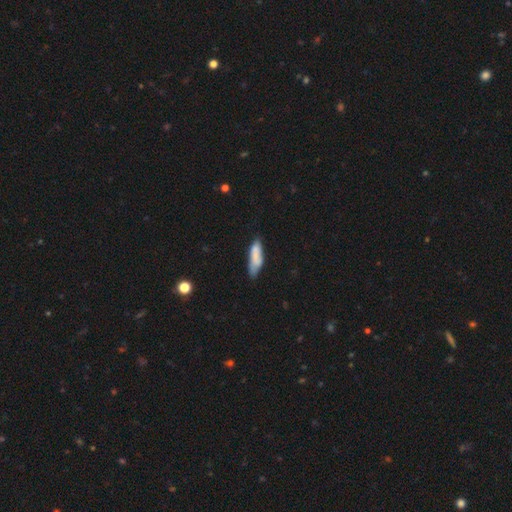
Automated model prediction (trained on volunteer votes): smooth 77%, featured or disk 16%, star or artifact 7%. Down the decision tree: how rounded — cigar-shaped (54%); merging — none (56%).